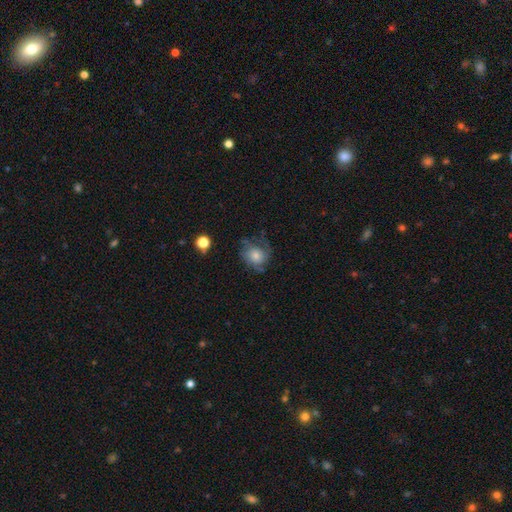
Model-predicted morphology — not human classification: Smooth or featured? smooth (49%)
Merging? none (50%)